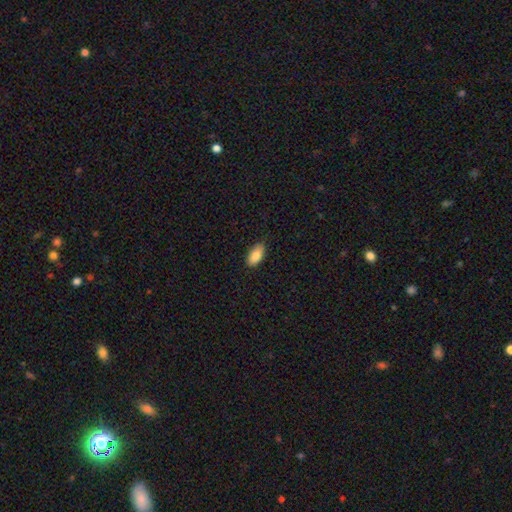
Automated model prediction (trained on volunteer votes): Smooth or featured?
  - smooth: 86% *
  - featured or disk: 7%
  - star or artifact: 7%
How rounded?
  - in between: 92% *
  - cigar-shaped: 6%
  - round: 3%
Merging?
  - none: 84% *
  - minor disturbance: 13%
  - major disturbance: 2%
  - merger: 1%